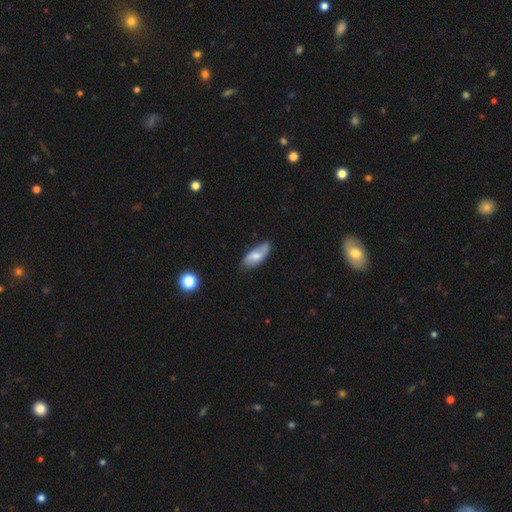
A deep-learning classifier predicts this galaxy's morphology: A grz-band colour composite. It shows a smooth galaxy with no disk features (53%) that is in between round and cigar-shaped (85%). Merging: none (70%).